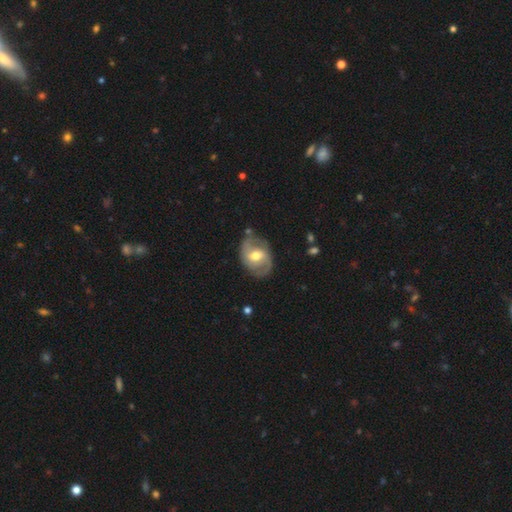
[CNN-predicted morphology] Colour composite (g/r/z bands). It shows a featured or disk galaxy (73%) with a weak bar (49%), 2 (84%) medium (48%) spiral arms (83%) and a moderate central bulge (75%). Merging: none (72%).